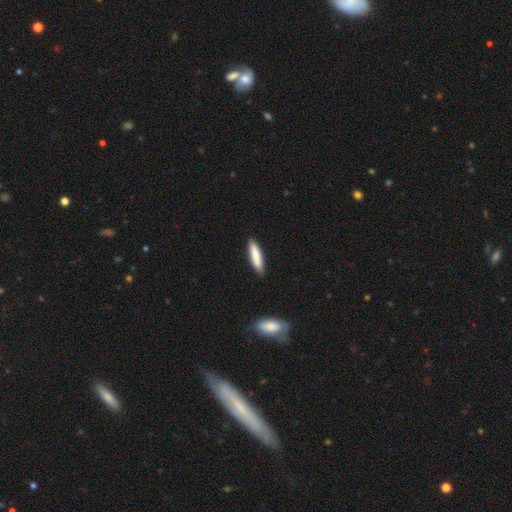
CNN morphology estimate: type=smooth (82%); roundness=cigar-shaped (81%); merging=none (86%).